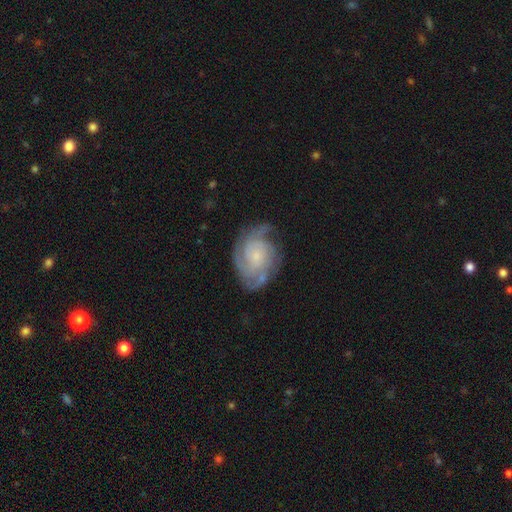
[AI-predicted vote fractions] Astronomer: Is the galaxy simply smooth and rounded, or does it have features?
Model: featured or disk — 82%.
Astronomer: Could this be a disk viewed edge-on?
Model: no — 98%.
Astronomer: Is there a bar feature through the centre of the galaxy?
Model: no — 75%.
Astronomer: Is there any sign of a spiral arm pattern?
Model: yes — 95%.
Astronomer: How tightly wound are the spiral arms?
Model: tight — 59%.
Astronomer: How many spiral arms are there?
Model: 3 — 30% (runner-up: can't tell, 25%).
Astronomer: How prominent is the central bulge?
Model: small — 68%.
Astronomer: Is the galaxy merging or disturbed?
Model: none — 66%.